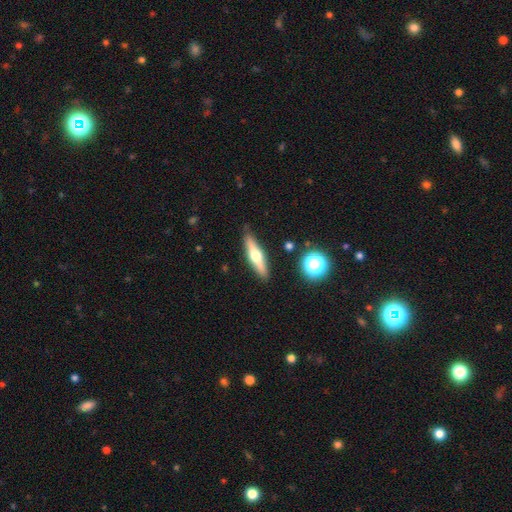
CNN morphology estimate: featured or disk 57%, smooth 36%, star or artifact 7%. Down the decision tree: edge-on disk — yes (94%); edge-on bulge — rounded (94%); merging — none (88%).